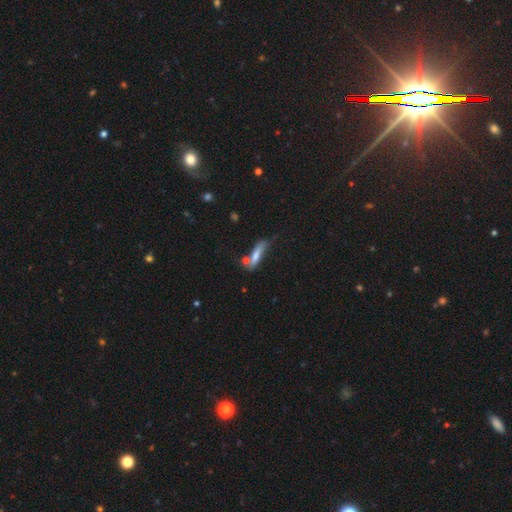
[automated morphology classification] Q: Smooth or featured?
A: smooth (65%); runner-up: featured or disk (27%)
Q: How rounded?
A: cigar-shaped (72%); runner-up: in between (26%)
Q: Merging?
A: none (48%); runner-up: minor disturbance (21%)